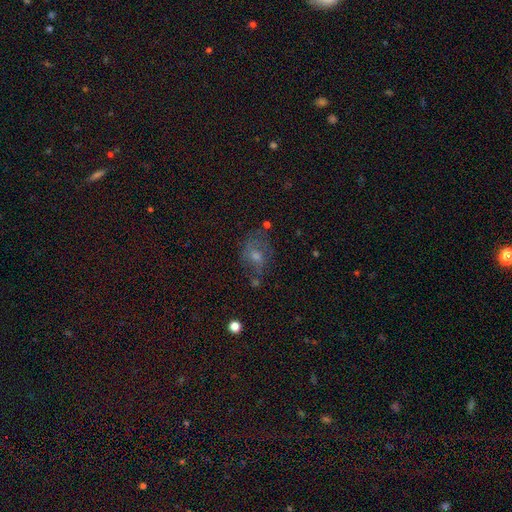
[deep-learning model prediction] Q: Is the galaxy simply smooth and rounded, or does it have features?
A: smooth — 39%.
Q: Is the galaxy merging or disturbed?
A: none — 58%.